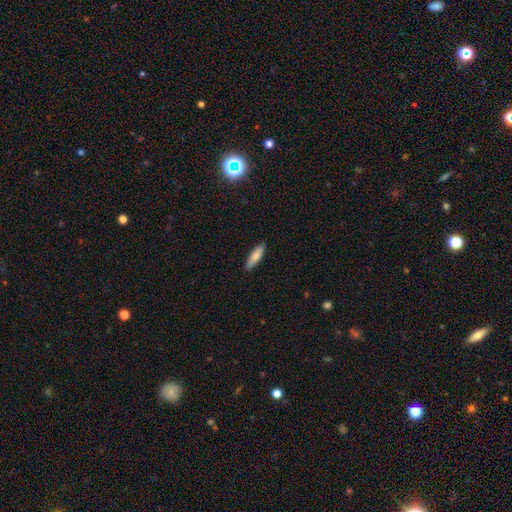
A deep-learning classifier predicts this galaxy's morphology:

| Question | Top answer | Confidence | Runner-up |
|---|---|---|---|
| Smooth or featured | smooth | 81% | featured or disk (13%) |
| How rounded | cigar-shaped | 61% | in between (38%) |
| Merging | none | 87% | minor disturbance (10%) |